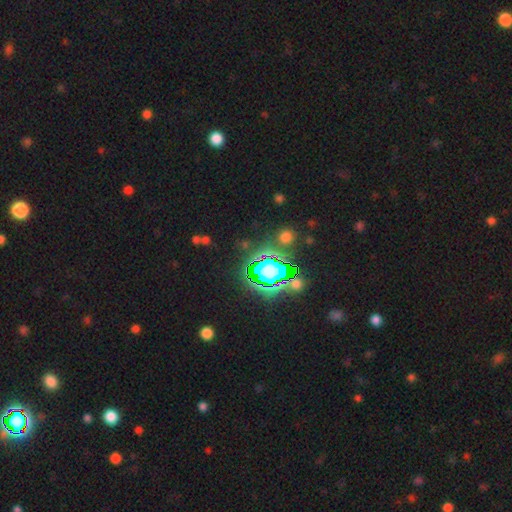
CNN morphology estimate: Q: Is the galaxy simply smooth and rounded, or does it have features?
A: star or artifact — 81%.